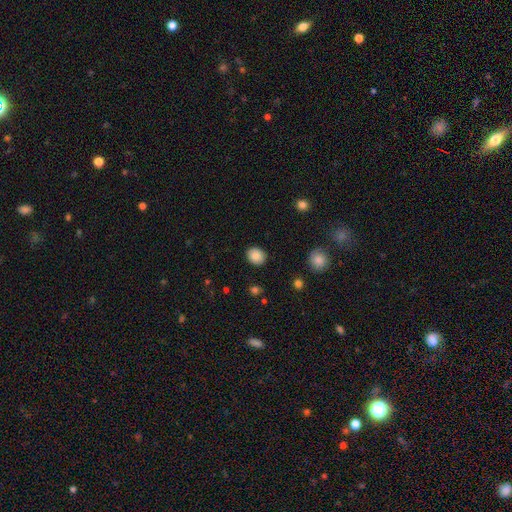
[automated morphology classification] Smooth or featured: smooth — 87% (star or artifact — 9%)
How rounded: round — 61% (in between — 38%)
Merging: none — 88% (minor disturbance — 8%)